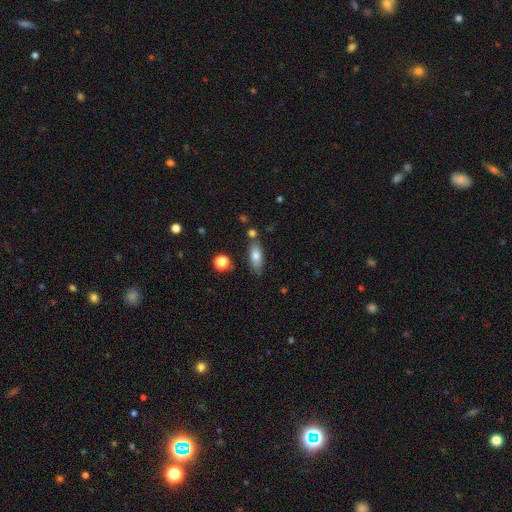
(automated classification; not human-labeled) Smooth or featured? smooth (77%)
How rounded? in between (77%)
Merging? none (73%)